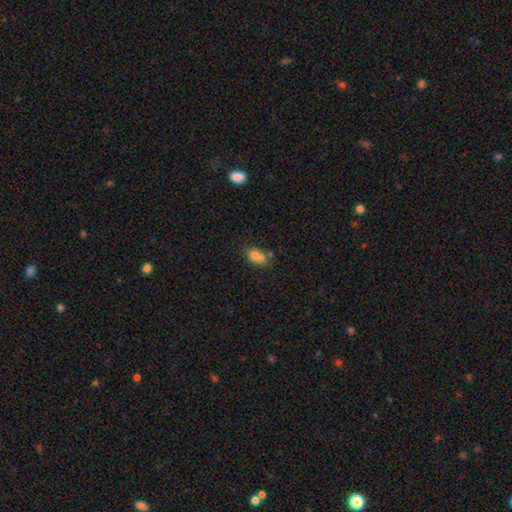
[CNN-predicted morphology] smooth-or-featured: smooth: 73% | featured or disk: 15% | star or artifact: 12%
  how-rounded: in between: 69% | round: 28% | cigar-shaped: 3%
  merging: merger: 42% | none: 38% | minor disturbance: 14% | major disturbance: 6%